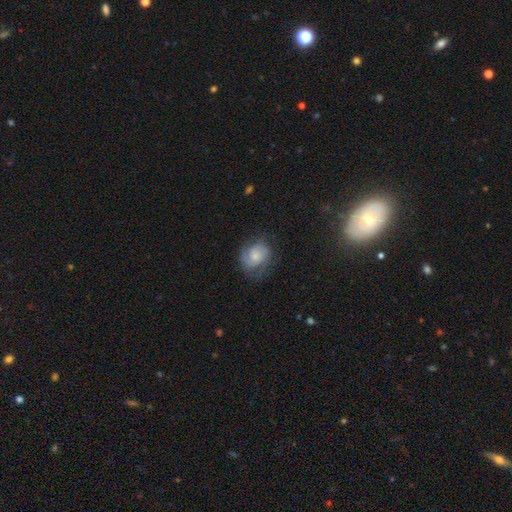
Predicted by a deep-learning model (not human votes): Overall: featured or disk (50%; smooth 42%). Merging: none (60%; minor disturbance 24%).